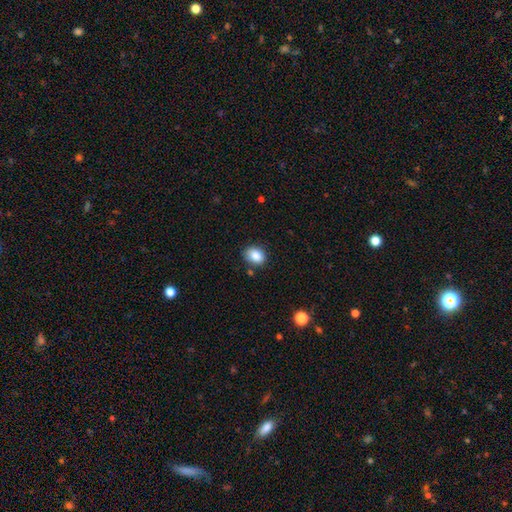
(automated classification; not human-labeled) Morphology: type=smooth (84%); roundness=in between (58%); merging=none (80%).